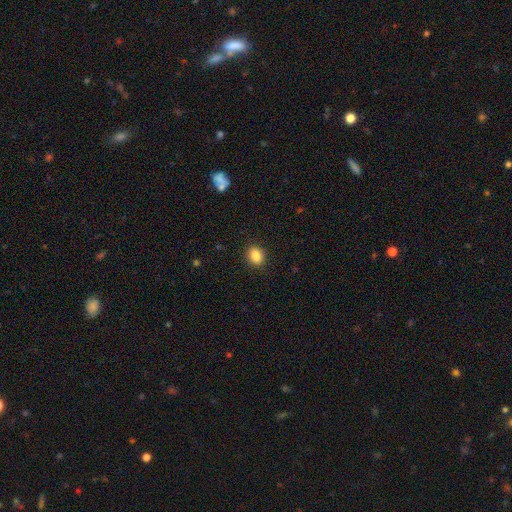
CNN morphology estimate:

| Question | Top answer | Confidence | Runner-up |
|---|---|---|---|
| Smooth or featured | smooth | 87% | star or artifact (9%) |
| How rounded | in between | 55% | round (43%) |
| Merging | none | 89% | minor disturbance (8%) |